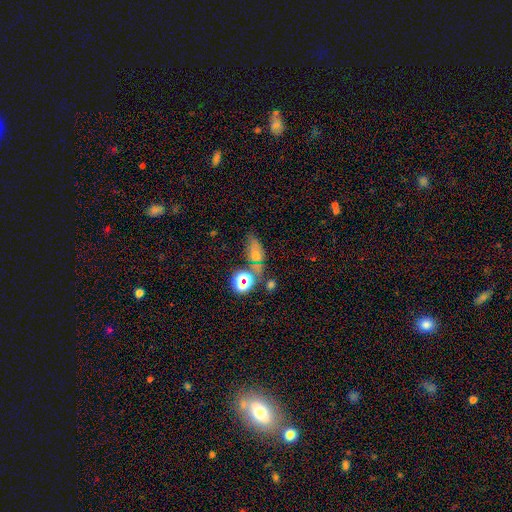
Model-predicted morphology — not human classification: Smooth or featured? smooth (51%)
How rounded? in between (66%)
Merging? none (54%)